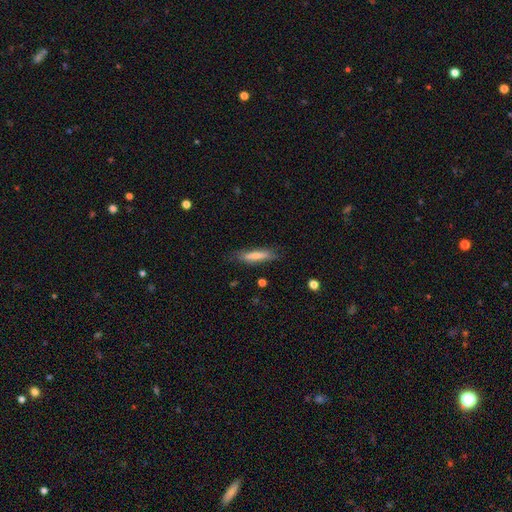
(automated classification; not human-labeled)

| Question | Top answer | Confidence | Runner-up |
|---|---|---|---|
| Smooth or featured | smooth | 70% | featured or disk (23%) |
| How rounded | cigar-shaped | 81% | in between (18%) |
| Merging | none | 77% | minor disturbance (17%) |